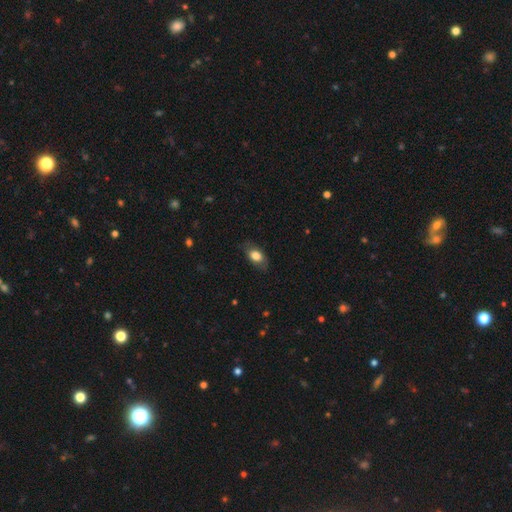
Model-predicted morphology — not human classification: smooth-or-featured: smooth: 77% | featured or disk: 16% | star or artifact: 7%
  how-rounded: in between: 88% | round: 9% | cigar-shaped: 3%
  merging: none: 77% | minor disturbance: 17% | major disturbance: 5% | merger: 1%